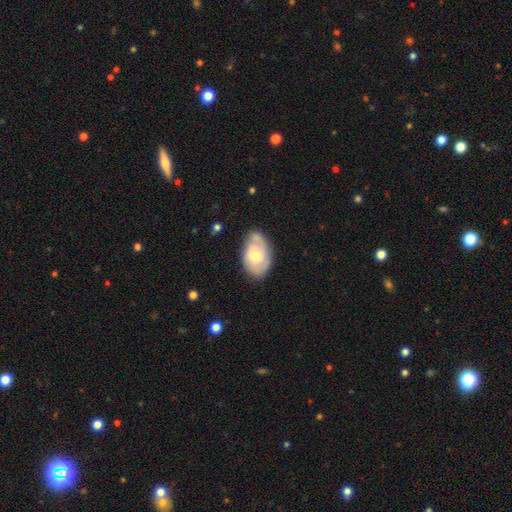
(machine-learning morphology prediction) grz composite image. It shows a featured or disk galaxy (58%) with no bar (57%), spiral arms (77%) and a moderate central bulge (60%). Merging: none (65%).